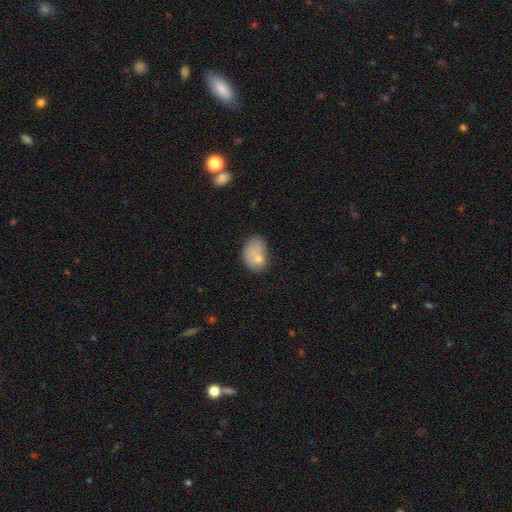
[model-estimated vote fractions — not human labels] smooth 75%, featured or disk 16%, star or artifact 9%. Down the decision tree: how rounded — in between (69%); merging — none (38%).